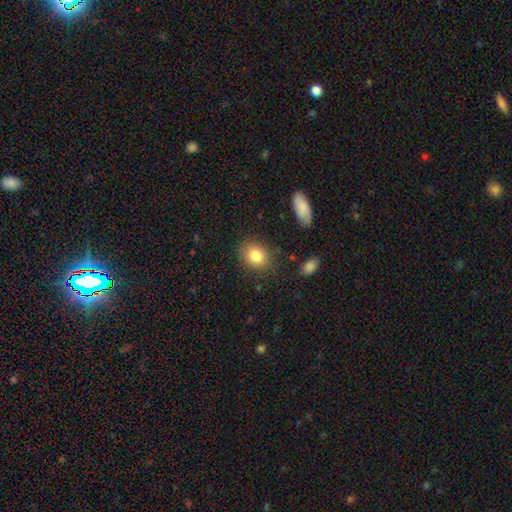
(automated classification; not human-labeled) Smooth or featured?
  - smooth: 83% *
  - star or artifact: 9%
  - featured or disk: 8%
How rounded?
  - round: 50% *
  - in between: 49%
  - cigar-shaped: 1%
Merging?
  - none: 82% *
  - minor disturbance: 12%
  - major disturbance: 4%
  - merger: 2%